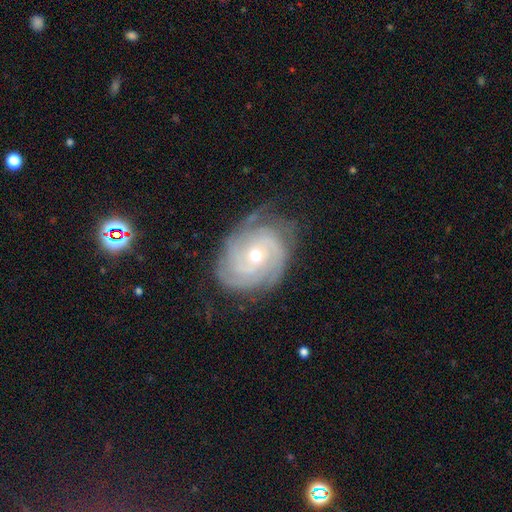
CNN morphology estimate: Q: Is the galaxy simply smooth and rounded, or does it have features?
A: featured or disk — 87%.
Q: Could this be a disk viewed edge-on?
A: no — 97%.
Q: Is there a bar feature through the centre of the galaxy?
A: no — 72%.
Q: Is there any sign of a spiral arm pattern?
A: yes — 97%.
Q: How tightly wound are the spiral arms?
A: tight — 75%.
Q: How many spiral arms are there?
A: can't tell — 28%.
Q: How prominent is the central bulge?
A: small — 53%.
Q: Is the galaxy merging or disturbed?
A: none — 70%.